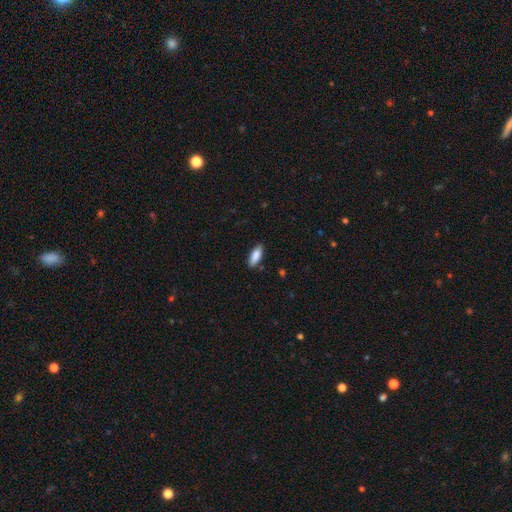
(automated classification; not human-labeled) This appears to be a smooth galaxy with no disk features (88%) that is in between round and cigar-shaped (73%). Merging: none (85%).